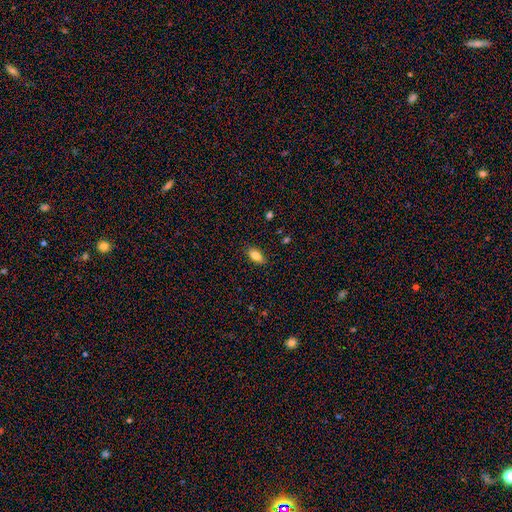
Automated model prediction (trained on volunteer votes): Q: Smooth or featured?
A: smooth (83%); runner-up: featured or disk (9%)
Q: How rounded?
A: in between (88%); runner-up: cigar-shaped (8%)
Q: Merging?
A: none (87%); runner-up: minor disturbance (10%)